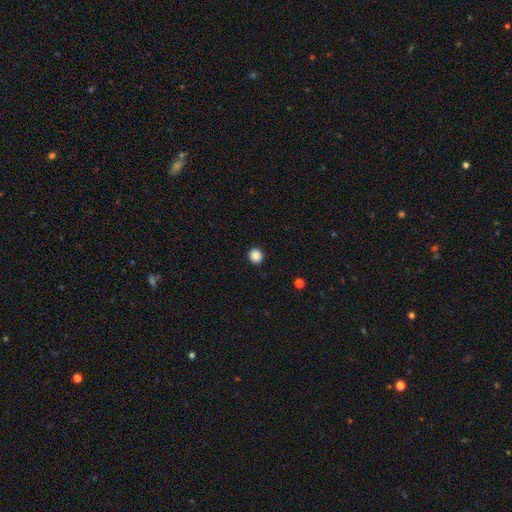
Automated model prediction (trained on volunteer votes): The model was most divided on "how rounded": round: 88%, in between: 11%, cigar-shaped: 1%. More confident: merging — none (93%); smooth or featured — smooth (87%).